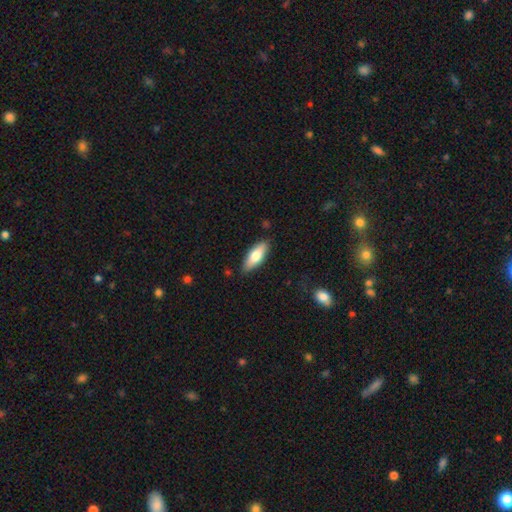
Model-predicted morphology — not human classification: Smooth or featured: smooth — 69% (featured or disk — 25%)
How rounded: in between — 66% (cigar-shaped — 32%)
Merging: none — 85% (minor disturbance — 11%)